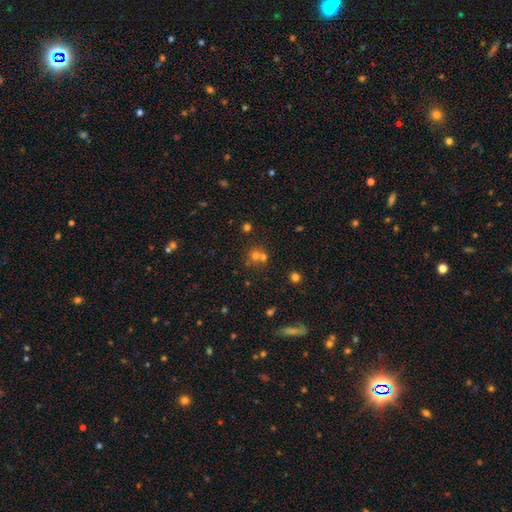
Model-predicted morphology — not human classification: Q: Smooth or featured?
A: smooth (59%); runner-up: star or artifact (26%)
Q: How rounded?
A: round (85%); runner-up: in between (14%)
Q: Merging?
A: none (49%); runner-up: merger (41%)